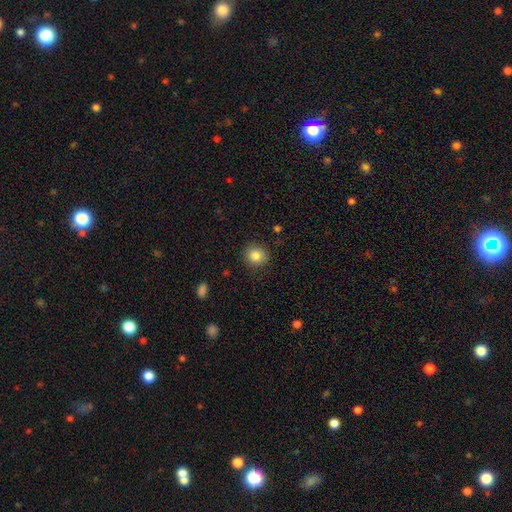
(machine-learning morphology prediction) A smooth galaxy with no disk features (85%) that is round (87%).

Vote fractions:
- Smooth or featured? smooth: 85% / star or artifact: 10% / featured or disk: 5%
- How rounded? round: 87% / in between: 12% / cigar-shaped: 1%
- Merging? none: 88% / minor disturbance: 8% / major disturbance: 3% / merger: 1%